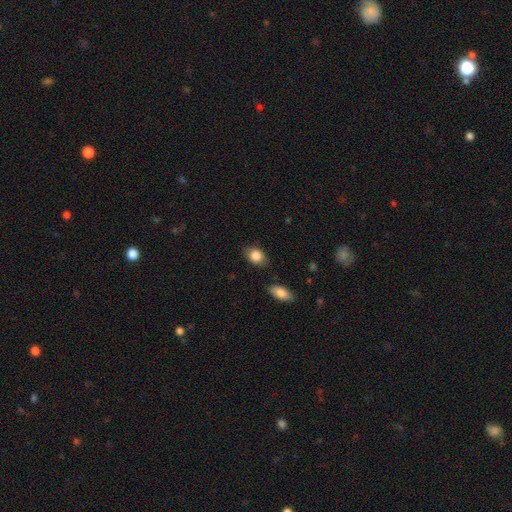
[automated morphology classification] Overall: smooth (85%). How rounded: in between (71%). Merging: none (79%).